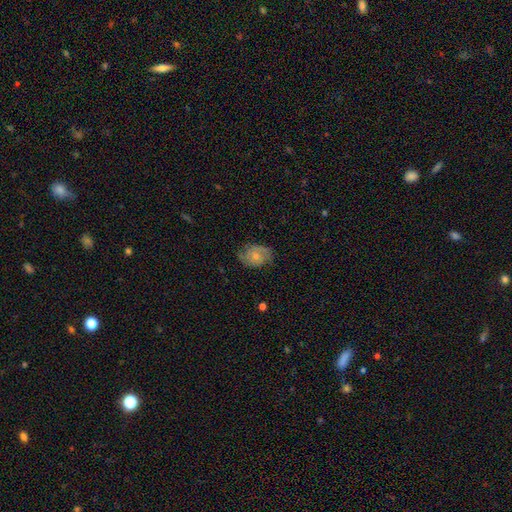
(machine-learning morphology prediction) Smooth or featured?
  - featured or disk: 53% *
  - smooth: 40%
  - star or artifact: 7%
Edge-on disk?
  - no: 97% *
  - yes: 3%
Bar?
  - no: 76% *
  - weak: 21%
  - strong: 3%
Spiral arms?
  - yes: 84% *
  - no: 16%
Bulge size?
  - small: 55% *
  - moderate: 36%
  - none: 5%
  - large: 2%
  - dominant: 1%
Merging?
  - none: 68% *
  - minor disturbance: 23%
  - major disturbance: 8%
  - merger: 1%